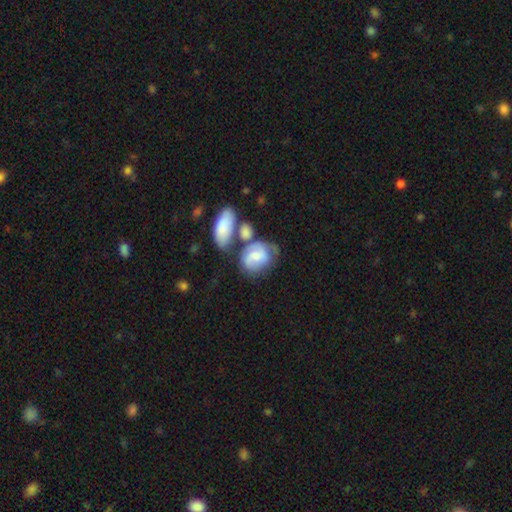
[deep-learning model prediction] This appears to be a smooth galaxy with no disk features (49%). Merging: none (35%).